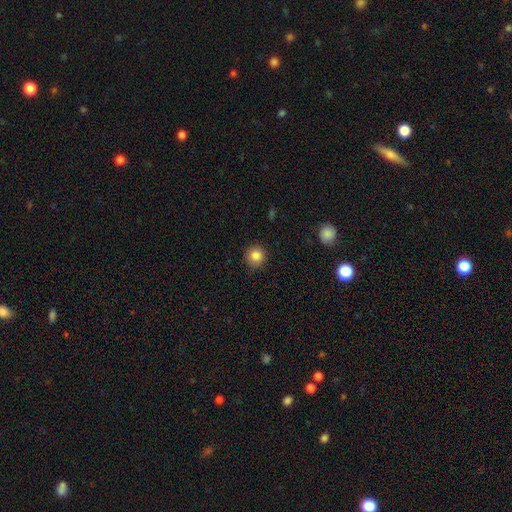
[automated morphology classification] Smooth or featured: smooth — 85% (star or artifact — 10%)
How rounded: round — 93% (in between — 6%)
Merging: none — 89% (minor disturbance — 8%)